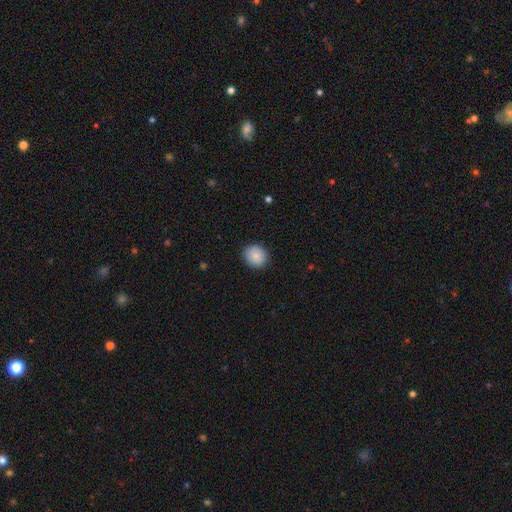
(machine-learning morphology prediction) This is clearly a smooth galaxy (88%). How rounded: likely round (79%). Merging: clearly none (89%).